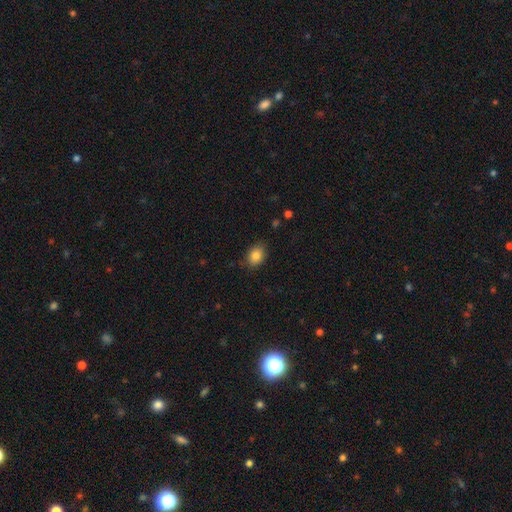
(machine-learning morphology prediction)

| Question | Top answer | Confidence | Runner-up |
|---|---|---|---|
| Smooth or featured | smooth | 84% | star or artifact (9%) |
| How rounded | in between | 67% | round (32%) |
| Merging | none | 81% | minor disturbance (15%) |